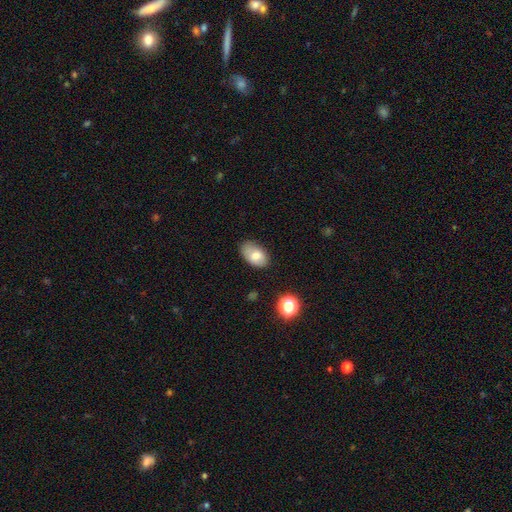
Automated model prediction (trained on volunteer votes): This is likely a smooth galaxy (78%). How rounded: clearly in between (90%). Merging: likely none (69%).